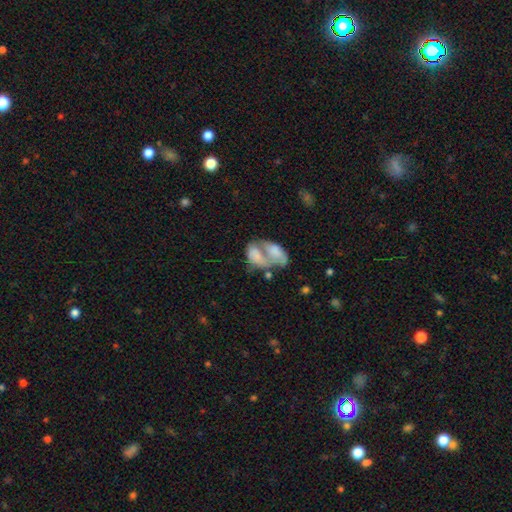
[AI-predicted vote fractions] Smooth or featured?
  - smooth: 55% *
  - featured or disk: 37%
  - star or artifact: 8%
How rounded?
  - in between: 88% *
  - round: 10%
  - cigar-shaped: 2%
Merging?
  - merger: 69% *
  - major disturbance: 14%
  - none: 10%
  - minor disturbance: 7%